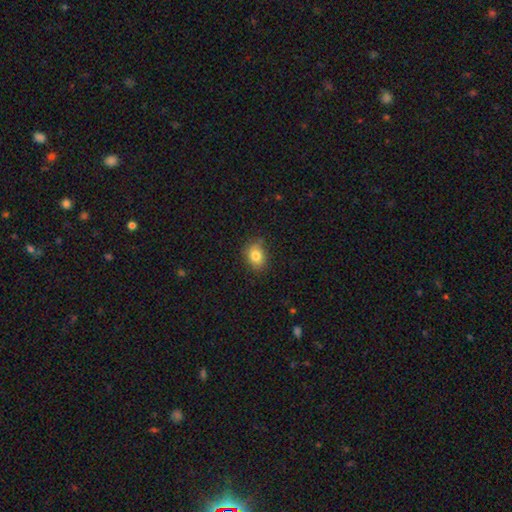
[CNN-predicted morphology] Smooth or featured? smooth (82%)
How rounded? in between (62%)
Merging? none (83%)